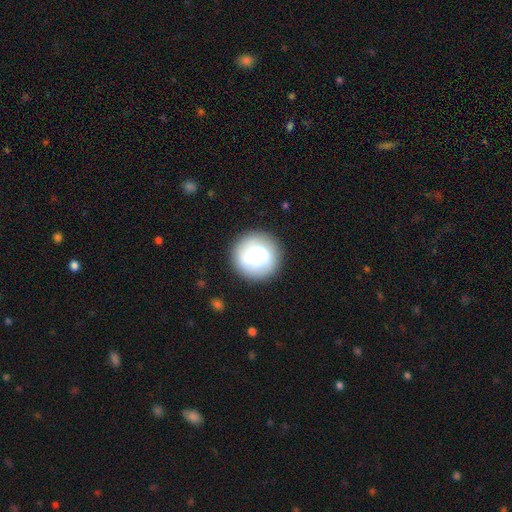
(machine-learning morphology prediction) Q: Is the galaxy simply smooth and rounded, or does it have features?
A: featured or disk — 47%.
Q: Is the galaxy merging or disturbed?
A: none — 83%.